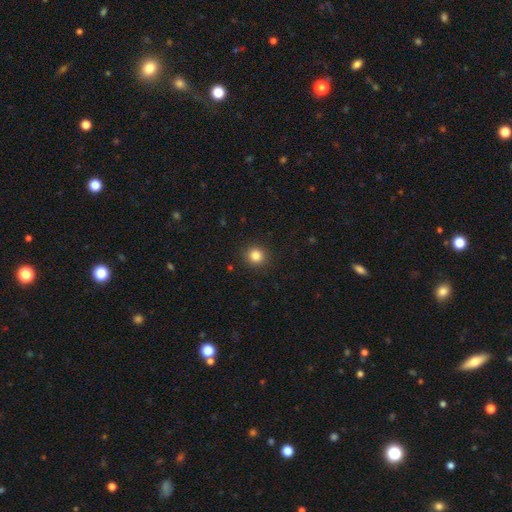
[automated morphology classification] Q: Smooth or featured?
A: smooth (84%); runner-up: star or artifact (12%)
Q: How rounded?
A: round (92%); runner-up: in between (7%)
Q: Merging?
A: none (92%); runner-up: minor disturbance (5%)